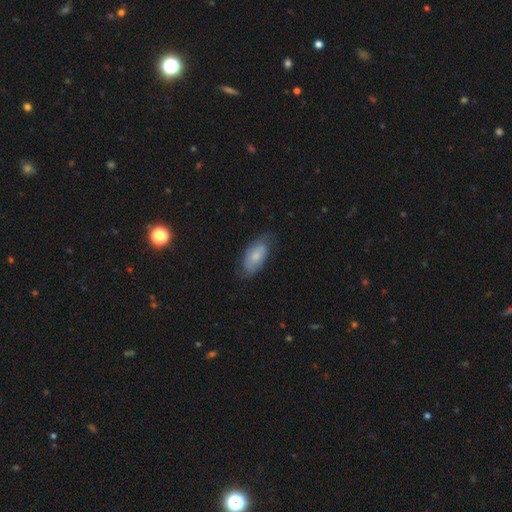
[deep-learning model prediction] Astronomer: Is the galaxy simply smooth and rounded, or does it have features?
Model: smooth — 64%.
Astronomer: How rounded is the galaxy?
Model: in between — 92%.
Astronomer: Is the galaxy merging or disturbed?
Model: none — 66%.